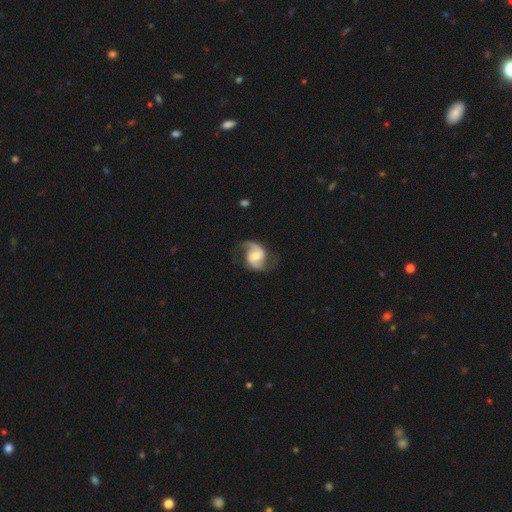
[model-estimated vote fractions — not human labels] A featured or disk galaxy (85%) with no bar (46%), 2 (90%) medium (48%) spiral arms (96%) and a moderate central bulge (52%).

Vote fractions:
- Smooth or featured? featured or disk: 85% / smooth: 10% / star or artifact: 5%
- Edge-on disk? no: 98% / yes: 2%
- Bar? no: 46% / weak: 41% / strong: 12%
- Spiral arms? yes: 96% / no: 4%
- Spiral winding? medium: 48% / loose: 38% / tight: 14%
- Spiral arm count? 2: 90% / 1: 5% / can't tell: 3% / 3: 1% / 4: 1% / more than 4: 1%
- Bulge size? moderate: 52% / small: 33% / large: 8% / none: 5% / dominant: 2%
- Merging? none: 72% / minor disturbance: 17% / major disturbance: 9% / merger: 1%